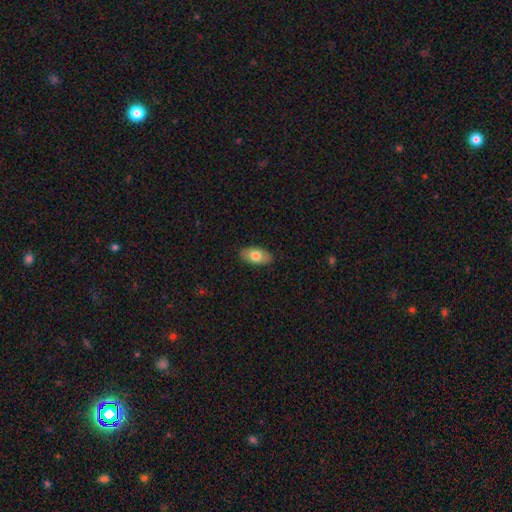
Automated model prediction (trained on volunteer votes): smooth-or-featured: smooth: 75% | featured or disk: 19% | star or artifact: 6%
  how-rounded: in between: 93% | round: 4% | cigar-shaped: 2%
  merging: none: 87% | minor disturbance: 10% | major disturbance: 2% | merger: 1%